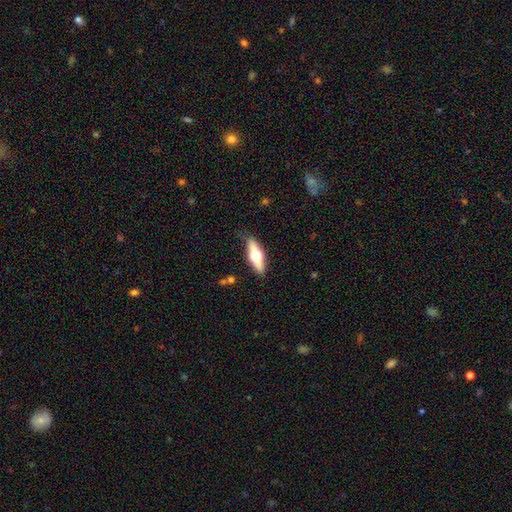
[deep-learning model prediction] smooth_or_featured: featured or disk (p=0.52) [alt: smooth p=0.43]
disk_edge_on: yes (p=0.89) [alt: no p=0.11]
merging: none (p=0.80) [alt: minor disturbance p=0.15]